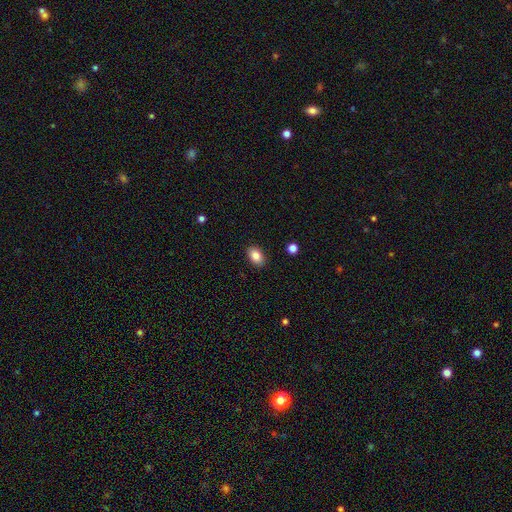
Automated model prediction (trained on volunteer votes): Overall: smooth (85%). How rounded: in between (86%). Merging: none (89%).